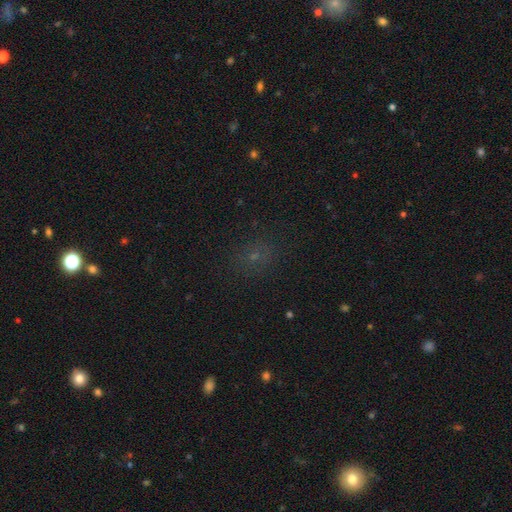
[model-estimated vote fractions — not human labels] The model was most divided on "smooth or featured": smooth: 53%, star or artifact: 38%, featured or disk: 10%. More confident: merging — none (85%); how rounded — round (74%).